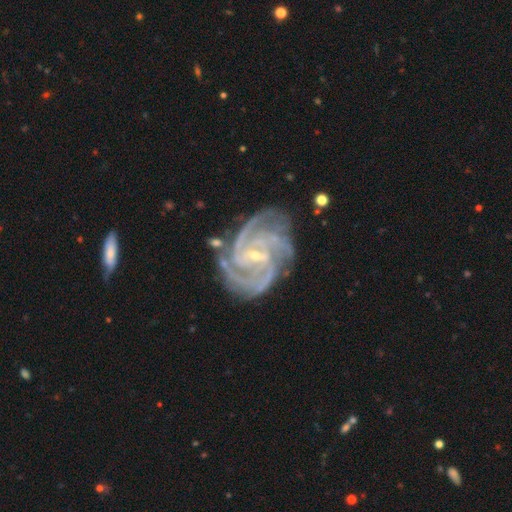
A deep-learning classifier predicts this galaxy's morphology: featured or disk 92%, star or artifact 4%, smooth 3%. Down the decision tree: edge-on disk — no (98%); bar — weak (49%); spiral arms — yes (98%); spiral arm count — 3 (31%); spiral winding — tight (60%); bulge size — small (73%); merging — none (66%).